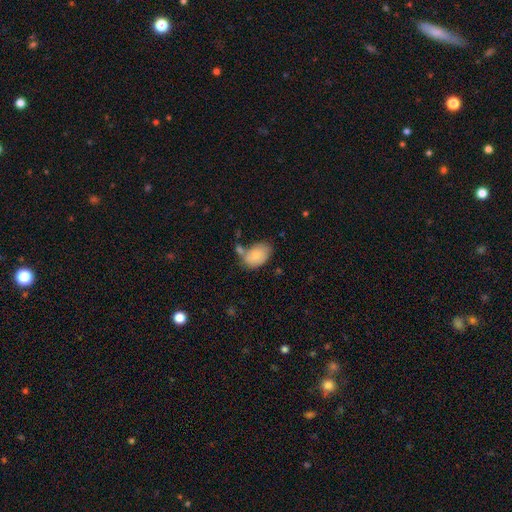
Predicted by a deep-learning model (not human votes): This appears to be a smooth galaxy with no disk features (82%) that is in between round and cigar-shaped (89%). Merging: none (49%).